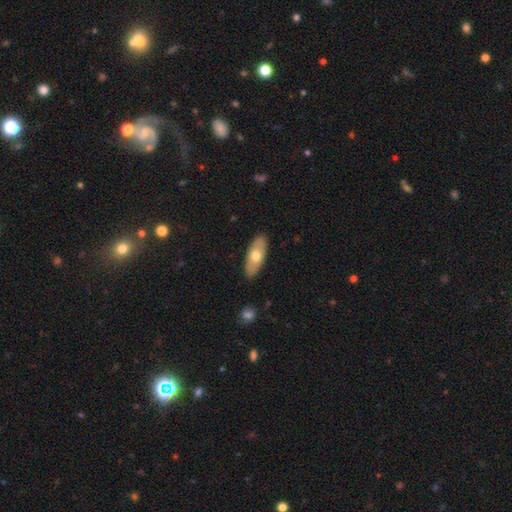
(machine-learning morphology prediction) Q: Smooth or featured?
A: smooth (61%); runner-up: featured or disk (34%)
Q: How rounded?
A: in between (81%); runner-up: cigar-shaped (16%)
Q: Merging?
A: none (88%); runner-up: minor disturbance (9%)